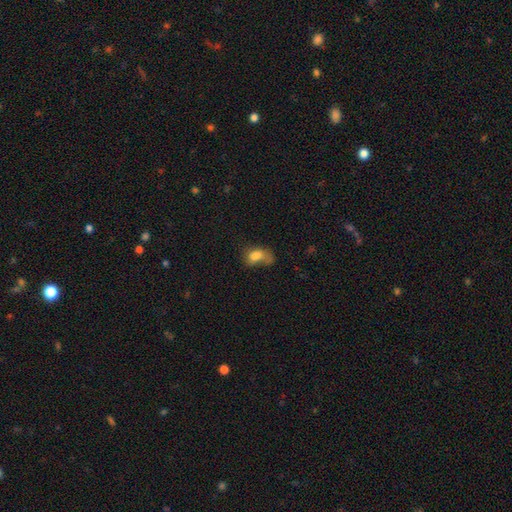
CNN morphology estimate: A smooth galaxy with no disk features (73%) that is in between round and cigar-shaped (77%).

Vote fractions:
- Smooth or featured? smooth: 73% / featured or disk: 16% / star or artifact: 11%
- How rounded? in between: 77% / round: 21% / cigar-shaped: 2%
- Merging? major disturbance: 34% / none: 23% / minor disturbance: 22% / merger: 21%